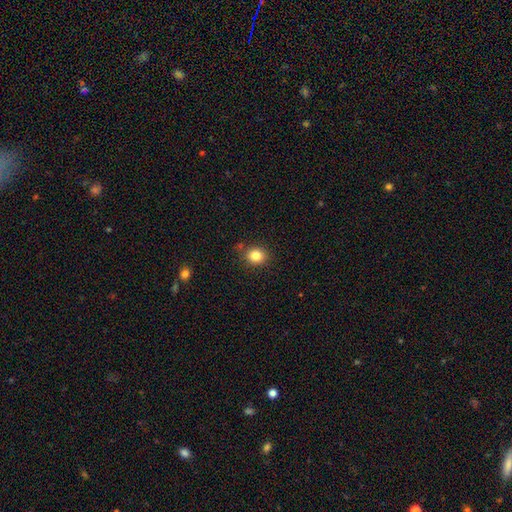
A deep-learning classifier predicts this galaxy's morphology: smooth_or_featured: smooth (p=0.84) [alt: star or artifact p=0.11]
how_rounded: round (p=0.70) [alt: in between p=0.29]
merging: none (p=0.83) [alt: minor disturbance p=0.10]